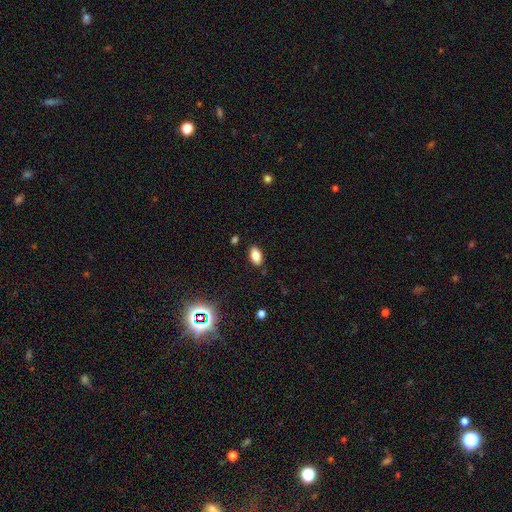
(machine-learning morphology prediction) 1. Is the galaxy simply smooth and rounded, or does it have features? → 81% smooth, 10% star or artifact, 9% featured or disk.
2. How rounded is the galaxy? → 92% in between, 5% round, 3% cigar-shaped.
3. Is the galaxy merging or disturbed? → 86% none, 10% minor disturbance, 2% major disturbance, 2% merger.